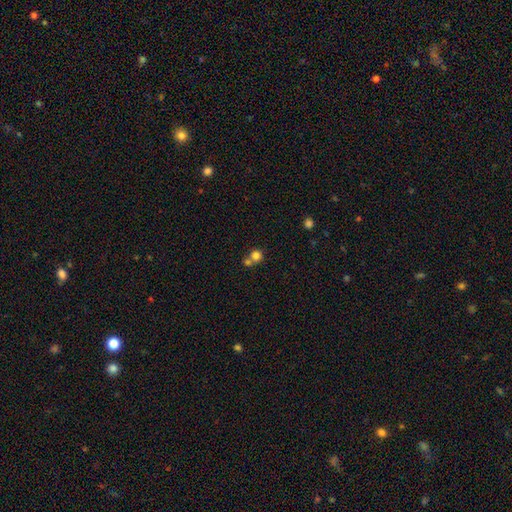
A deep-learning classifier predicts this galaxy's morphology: Q: Smooth or featured?
A: smooth (79%); runner-up: star or artifact (12%)
Q: How rounded?
A: round (88%); runner-up: in between (11%)
Q: Merging?
A: merger (47%); runner-up: none (44%)